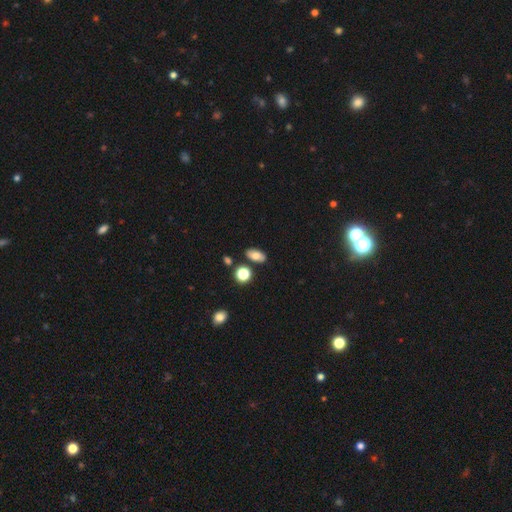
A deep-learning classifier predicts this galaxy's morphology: Smooth or featured: smooth — 73% (featured or disk — 15%)
How rounded: in between — 86% (round — 10%)
Merging: none — 81% (minor disturbance — 11%)